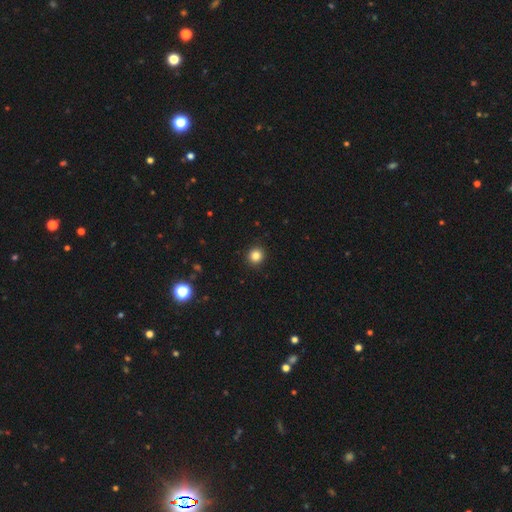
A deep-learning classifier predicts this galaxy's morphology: Overall: smooth (84%). How rounded: round (93%). Merging: none (93%).